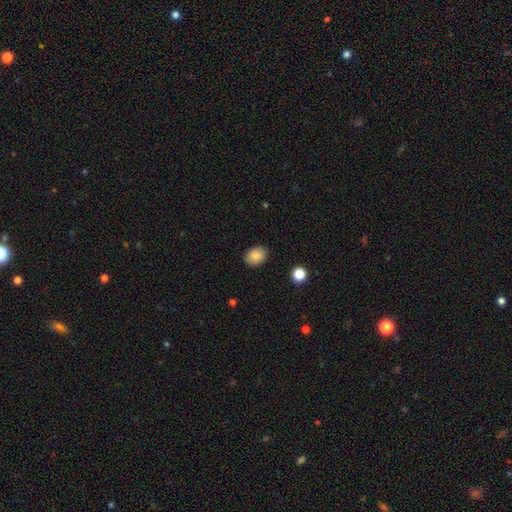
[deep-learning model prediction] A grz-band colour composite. It shows a smooth galaxy with no disk features (85%) that is in between round and cigar-shaped (65%). Merging: none (87%).